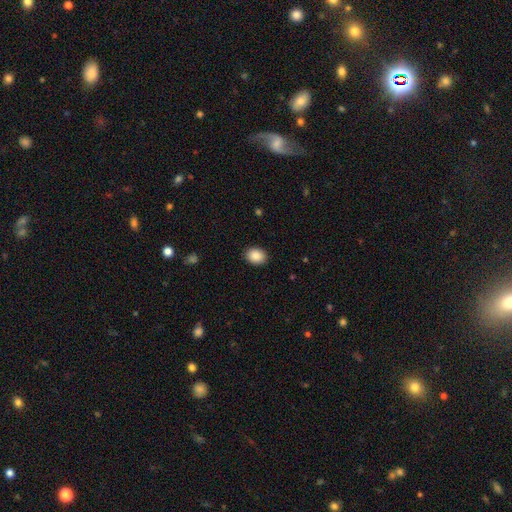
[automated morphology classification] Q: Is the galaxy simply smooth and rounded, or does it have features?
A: smooth — 88%.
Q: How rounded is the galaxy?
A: in between — 62%.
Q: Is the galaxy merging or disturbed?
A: none — 90%.